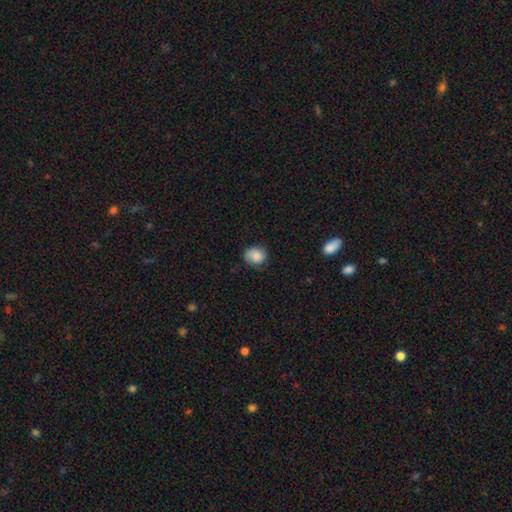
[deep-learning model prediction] smooth-or-featured: smooth: 77% | featured or disk: 15% | star or artifact: 8%
  how-rounded: round: 63% | in between: 36% | cigar-shaped: 1%
  merging: none: 65% | minor disturbance: 26% | major disturbance: 8% | merger: 1%